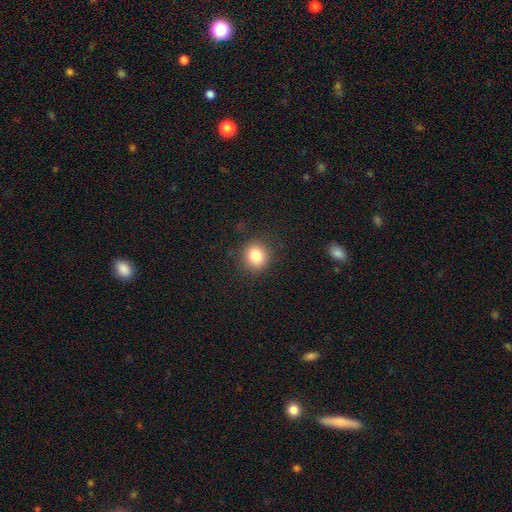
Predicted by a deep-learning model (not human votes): Morphology: type=smooth (83%); roundness=round (85%); merging=none (89%).